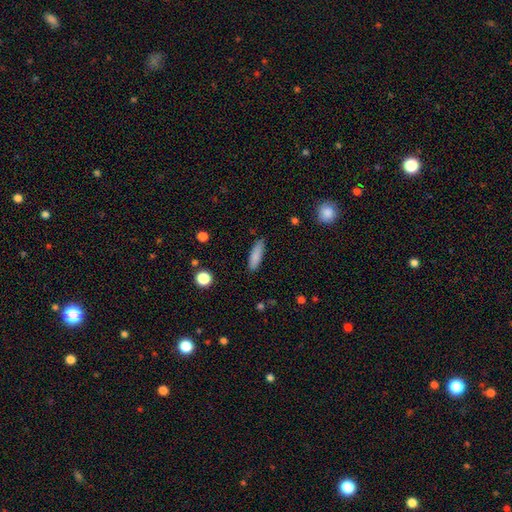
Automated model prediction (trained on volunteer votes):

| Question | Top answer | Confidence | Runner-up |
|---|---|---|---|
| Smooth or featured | smooth | 84% | featured or disk (9%) |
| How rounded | cigar-shaped | 62% | in between (36%) |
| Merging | none | 83% | minor disturbance (13%) |